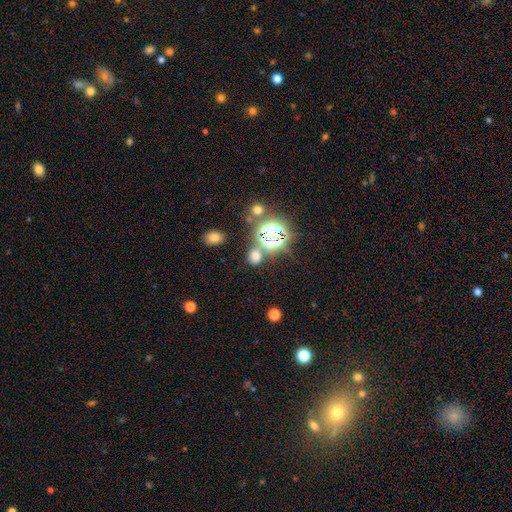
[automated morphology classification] A smooth galaxy with no disk features (54%) that is round (67%). Merging: none (72%).